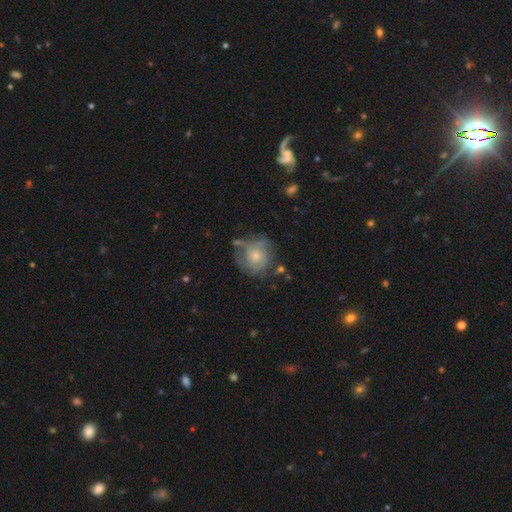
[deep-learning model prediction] The model was most divided on "bulge size": moderate: 48%, small: 42%, large: 5%, none: 4%, dominant: 1%. More confident: edge-on disk — no (97%); bar — no (81%); spiral arms — yes (76%); smooth or featured — featured or disk (63%); merging — none (56%).